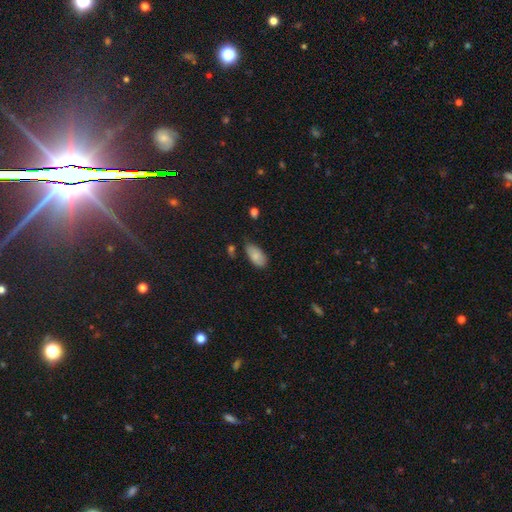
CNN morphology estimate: smooth-or-featured: smooth: 83% | featured or disk: 9% | star or artifact: 7%
  how-rounded: in between: 94% | cigar-shaped: 4% | round: 2%
  merging: none: 62% | minor disturbance: 30% | major disturbance: 5% | merger: 3%